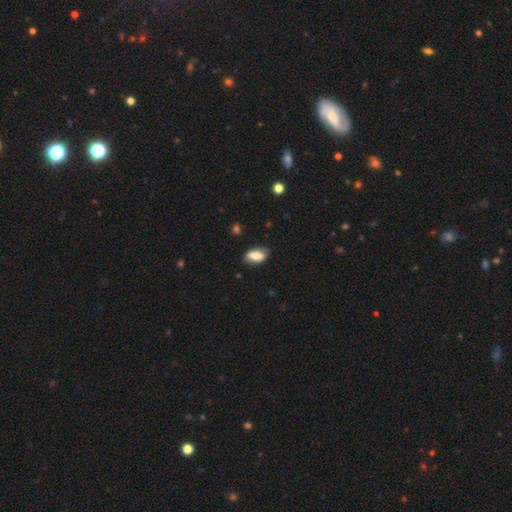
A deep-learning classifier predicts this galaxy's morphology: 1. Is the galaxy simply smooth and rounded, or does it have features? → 73% smooth, 20% featured or disk, 7% star or artifact.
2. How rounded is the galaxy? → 88% in between, 7% cigar-shaped, 5% round.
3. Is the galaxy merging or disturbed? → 78% none, 17% minor disturbance, 4% major disturbance, 2% merger.